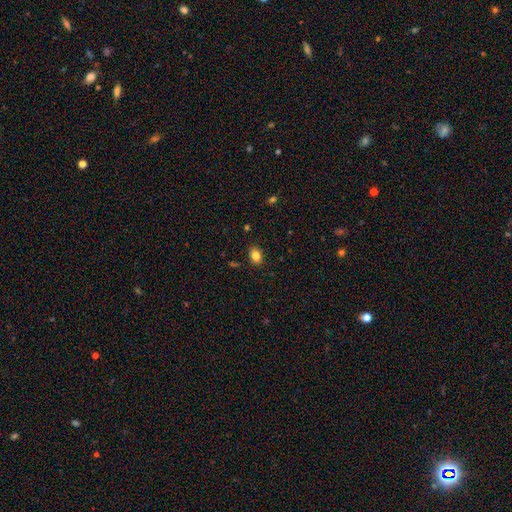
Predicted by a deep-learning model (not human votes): smooth_or_featured: smooth (p=0.84) [alt: star or artifact p=0.10]
how_rounded: in between (p=0.70) [alt: round p=0.29]
merging: none (p=0.88) [alt: minor disturbance p=0.09]